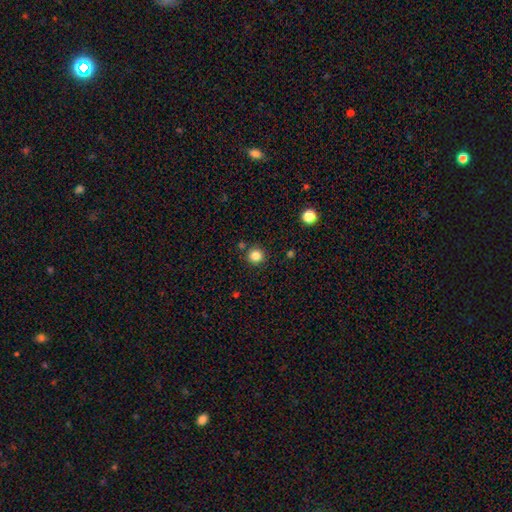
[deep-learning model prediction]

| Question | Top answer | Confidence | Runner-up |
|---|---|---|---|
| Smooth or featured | smooth | 84% | star or artifact (12%) |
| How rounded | round | 93% | in between (6%) |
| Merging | none | 88% | minor disturbance (6%) |